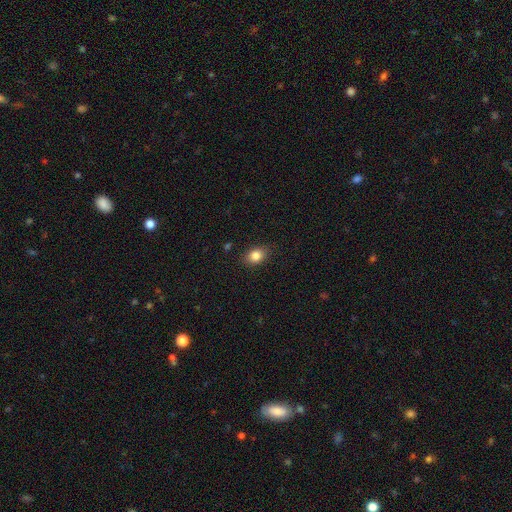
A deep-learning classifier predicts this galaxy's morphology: The model was most divided on "how rounded": in between: 65%, round: 34%, cigar-shaped: 1%. More confident: merging — none (86%); smooth or featured — smooth (84%).